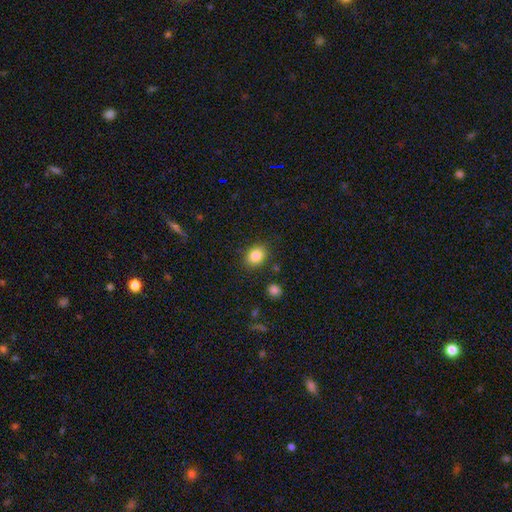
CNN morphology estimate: smooth_or_featured: smooth (p=0.84) [alt: star or artifact p=0.09]
how_rounded: in between (p=0.57) [alt: round p=0.42]
merging: none (p=0.85) [alt: minor disturbance p=0.10]